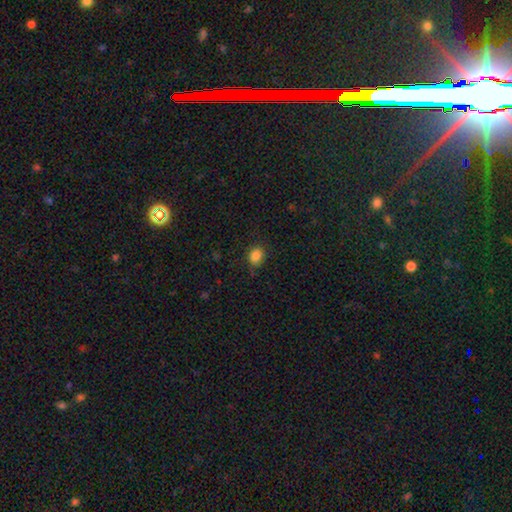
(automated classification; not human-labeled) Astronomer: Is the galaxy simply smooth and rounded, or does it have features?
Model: smooth — 85%.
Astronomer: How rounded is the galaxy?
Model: round — 54% (runner-up: in between, 45%).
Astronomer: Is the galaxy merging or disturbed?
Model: none — 81%.